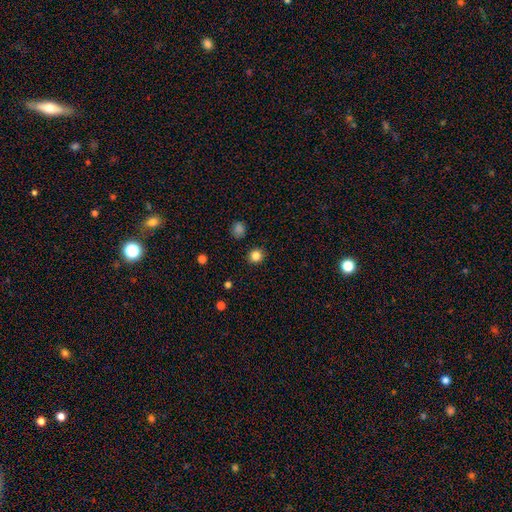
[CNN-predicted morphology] The model was most divided on "smooth or featured": smooth: 83%, star or artifact: 13%, featured or disk: 4%. More confident: merging — none (91%); how rounded — round (89%).